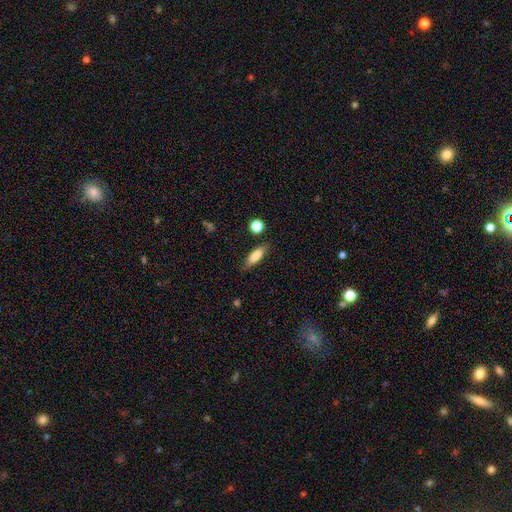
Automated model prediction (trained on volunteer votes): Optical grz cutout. It shows a smooth galaxy with no disk features (79%) that is in between round and cigar-shaped (50%). Merging: none (81%).